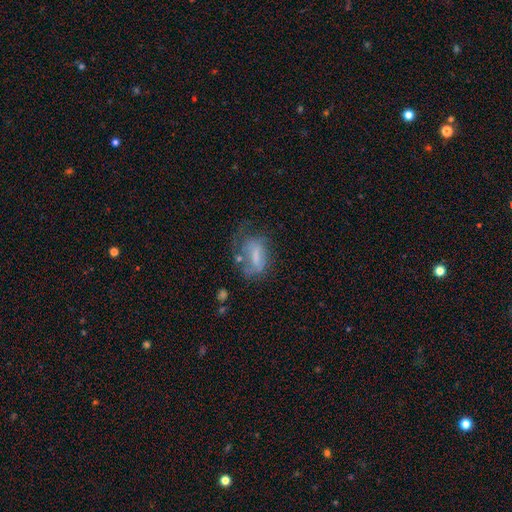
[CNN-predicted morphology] Q: Smooth or featured?
A: smooth (47%); runner-up: featured or disk (42%)
Q: Merging?
A: major disturbance (35%); runner-up: none (34%)